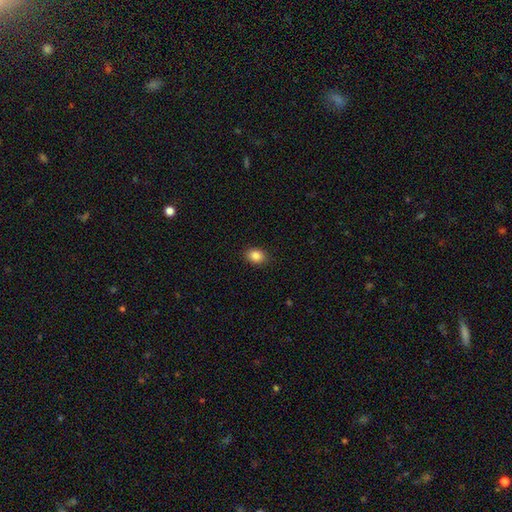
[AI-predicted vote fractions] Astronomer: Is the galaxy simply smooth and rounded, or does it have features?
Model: smooth — 86%.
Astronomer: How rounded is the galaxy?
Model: in between — 57% (runner-up: round, 42%).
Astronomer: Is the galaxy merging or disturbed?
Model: none — 89%.